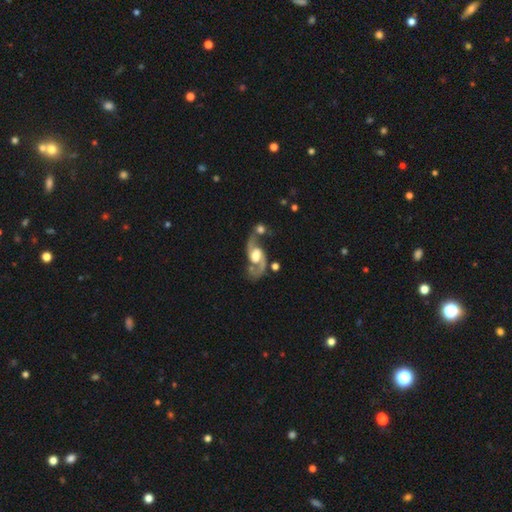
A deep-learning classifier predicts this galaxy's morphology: This appears to be a featured or disk galaxy (88%) with no bar (44%), 2 (92%) loose (50%) spiral arms (95%) and a moderate central bulge (50%). Merging: none (48%).